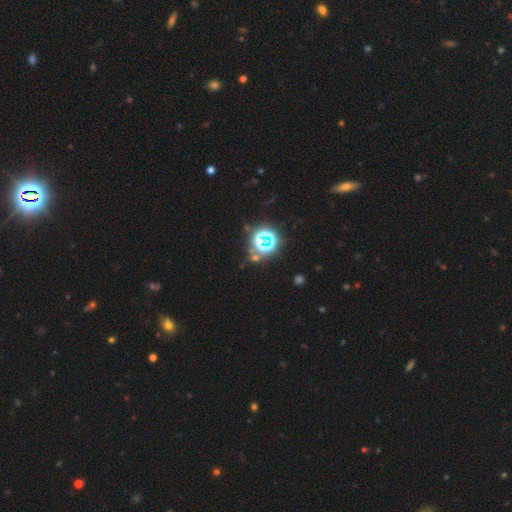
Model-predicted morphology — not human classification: Smooth or featured?
  - star or artifact: 72% *
  - smooth: 20%
  - featured or disk: 9%